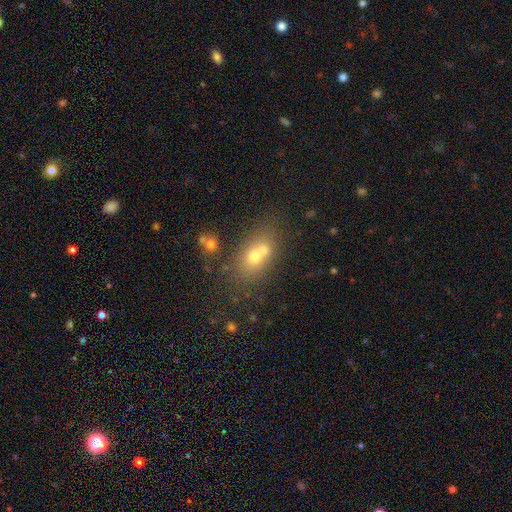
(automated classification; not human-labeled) The model was most divided on "merging": merger: 53%, none: 34%, minor disturbance: 8%, major disturbance: 4%. More confident: how rounded — in between (60%); smooth or featured — smooth (60%).